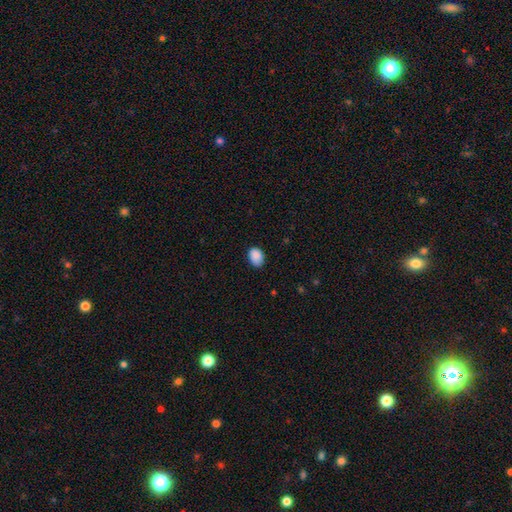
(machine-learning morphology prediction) This is clearly a smooth galaxy (89%). How rounded: likely in between (79%). Merging: likely none (75%).